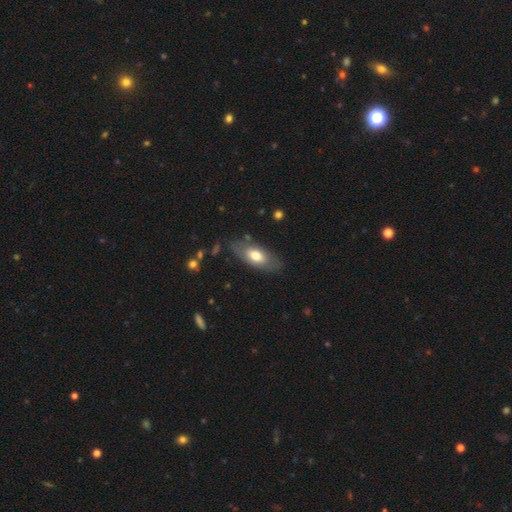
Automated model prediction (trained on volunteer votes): The model was most divided on "smooth or featured": smooth: 64%, featured or disk: 30%, star or artifact: 6%. More confident: how rounded — in between (87%); merging — none (77%).